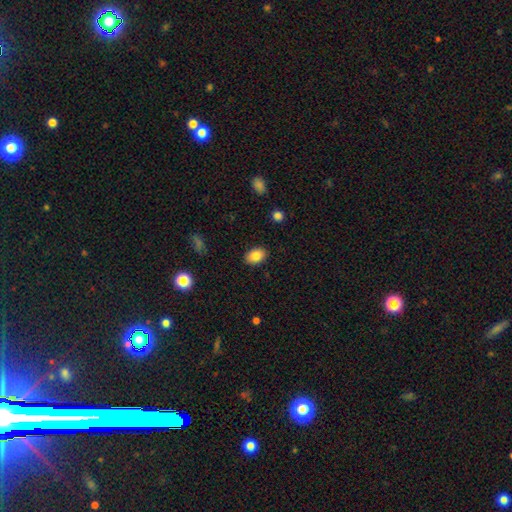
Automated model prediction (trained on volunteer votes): Smooth or featured? Predicted: smooth (p=0.84). How rounded? Predicted: in between (p=0.83). Merging? Predicted: none (p=0.88).